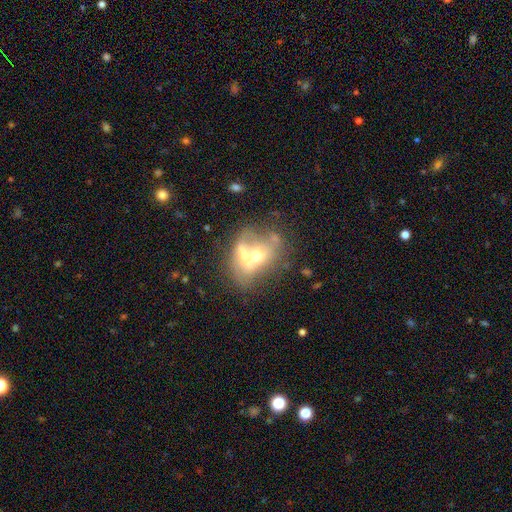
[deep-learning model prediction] Overall: featured or disk (45%; smooth 44%). Merging: merger (61%).